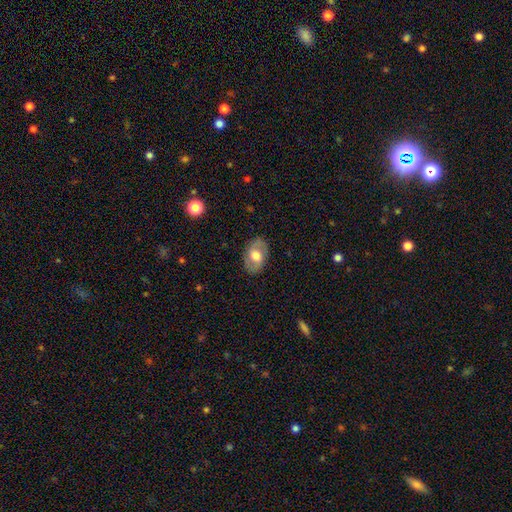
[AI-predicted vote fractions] Smooth or featured? smooth (50%)
How rounded? in between (85%)
Merging? none (83%)